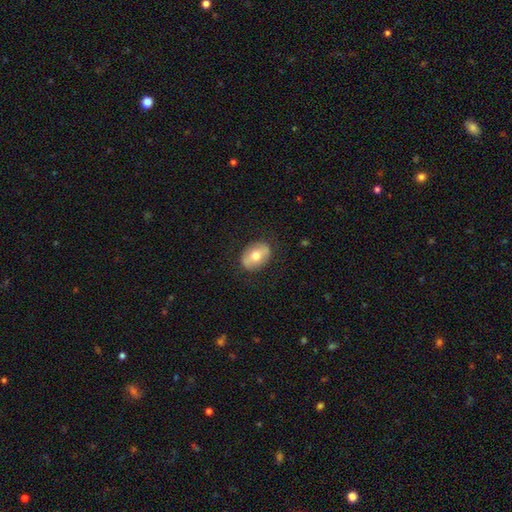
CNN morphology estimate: smooth 57%, featured or disk 36%, star or artifact 7%. Down the decision tree: how rounded — in between (76%); merging — none (83%).